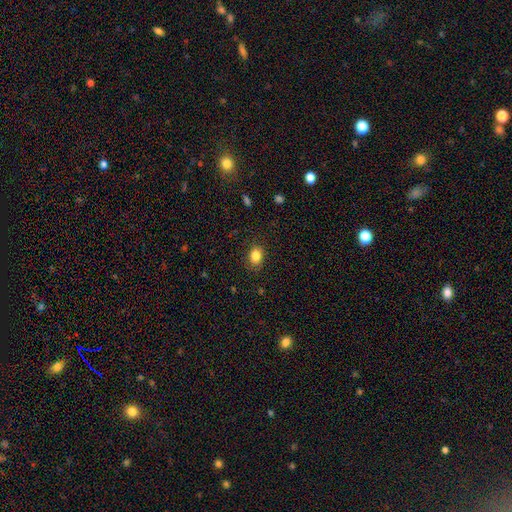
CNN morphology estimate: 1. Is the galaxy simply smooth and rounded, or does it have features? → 84% smooth, 10% star or artifact, 6% featured or disk.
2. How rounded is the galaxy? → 65% in between, 34% round, 1% cigar-shaped.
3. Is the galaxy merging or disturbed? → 84% none, 12% minor disturbance, 3% major disturbance, 1% merger.